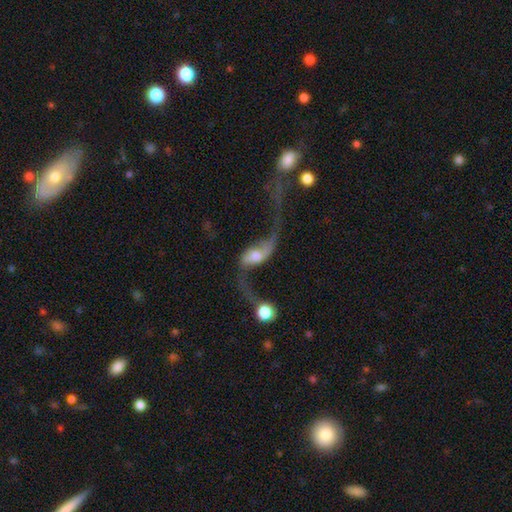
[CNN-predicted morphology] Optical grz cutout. It shows a featured or disk galaxy (78%) with no bar (50%), 2 (91%) loose (94%) spiral arms (88%) and a moderate central bulge (52%). Merging: major disturbance (33%).